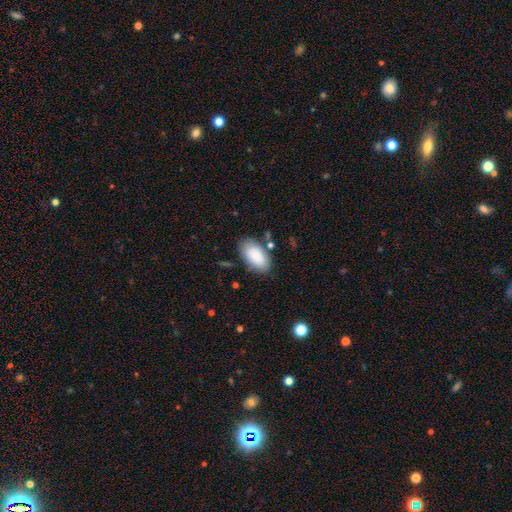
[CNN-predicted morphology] type=smooth (88%); roundness=in between (95%); merging=none (78%).